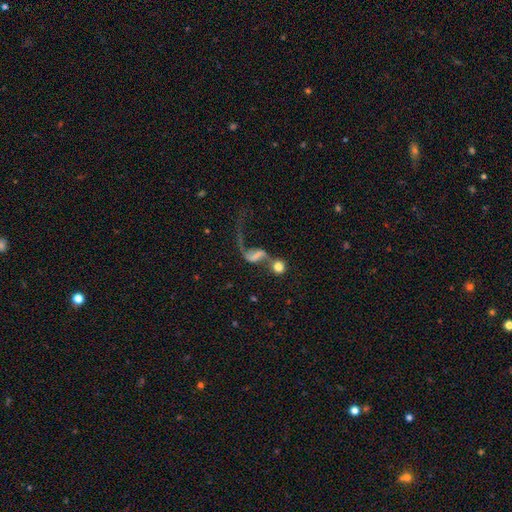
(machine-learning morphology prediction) Q: Smooth or featured?
A: featured or disk (66%); runner-up: smooth (23%)
Q: Edge-on disk?
A: no (95%); runner-up: yes (5%)
Q: Bar?
A: weak (36%); runner-up: no (34%)
Q: Spiral arms?
A: yes (80%); runner-up: no (20%)
Q: Spiral winding?
A: loose (91%); runner-up: medium (7%)
Q: Spiral arm count?
A: 2 (72%); runner-up: 1 (23%)
Q: Bulge size?
A: none (46%); runner-up: small (26%)
Q: Merging?
A: merger (38%); runner-up: major disturbance (27%)